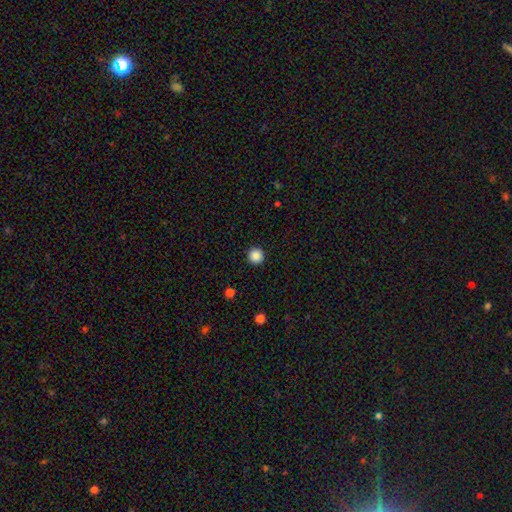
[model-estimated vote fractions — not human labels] A smooth galaxy with no disk features (87%) that is round (96%).

Vote fractions:
- Smooth or featured? smooth: 87% / star or artifact: 10% / featured or disk: 3%
- How rounded? round: 96% / in between: 3% / cigar-shaped: 1%
- Merging? none: 93% / minor disturbance: 4% / major disturbance: 2% / merger: 1%